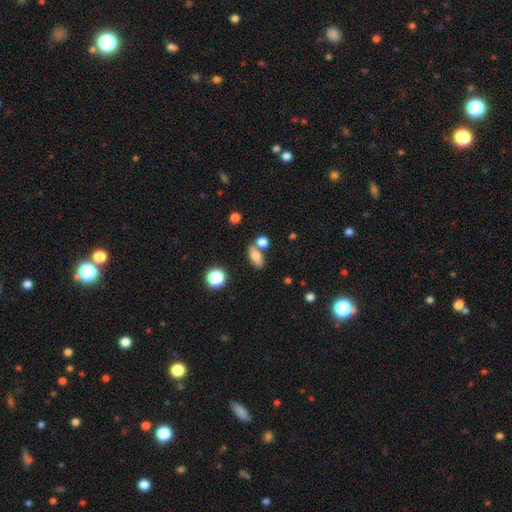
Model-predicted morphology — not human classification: smooth_or_featured: smooth (p=0.74) [alt: featured or disk p=0.16]
how_rounded: in between (p=0.70) [alt: cigar-shaped p=0.20]
merging: none (p=0.62) [alt: merger p=0.22]